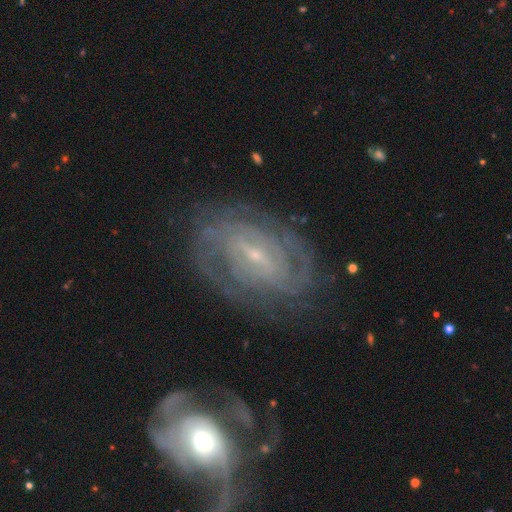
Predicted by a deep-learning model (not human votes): Smooth or featured?
  - featured or disk: 86% *
  - smooth: 8%
  - star or artifact: 6%
Edge-on disk?
  - no: 96% *
  - yes: 4%
Bar?
  - weak: 48% *
  - strong: 27%
  - no: 25%
Spiral arms?
  - yes: 95% *
  - no: 5%
Spiral winding?
  - tight: 70% *
  - medium: 24%
  - loose: 6%
Spiral arm count?
  - can't tell: 37% *
  - 2: 23%
  - 3: 14%
  - 4: 12%
  - more than 4: 8%
  - 1: 6%
Bulge size?
  - small: 79% *
  - moderate: 17%
  - none: 2%
  - large: 1%
  - dominant: 1%
Merging?
  - none: 74% *
  - minor disturbance: 15%
  - major disturbance: 7%
  - merger: 4%